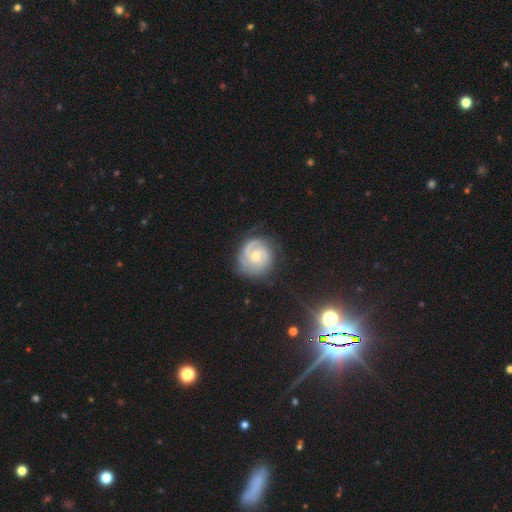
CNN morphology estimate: A featured or disk galaxy (85%) with no bar (67%), 2 (48%) tight (64%) spiral arms (97%) and a small central bulge (54%).

Vote fractions:
- Smooth or featured? featured or disk: 85% / smooth: 10% / star or artifact: 5%
- Edge-on disk? no: 98% / yes: 2%
- Bar? no: 67% / weak: 28% / strong: 5%
- Spiral arms? yes: 97% / no: 3%
- Spiral winding? tight: 64% / medium: 29% / loose: 7%
- Spiral arm count? 2: 48% / 3: 19% / can't tell: 16% / 1: 8% / 4: 4% / more than 4: 4%
- Bulge size? small: 54% / moderate: 42% / large: 2% / none: 1% / dominant: 1%
- Merging? none: 75% / minor disturbance: 17% / major disturbance: 7% / merger: 1%